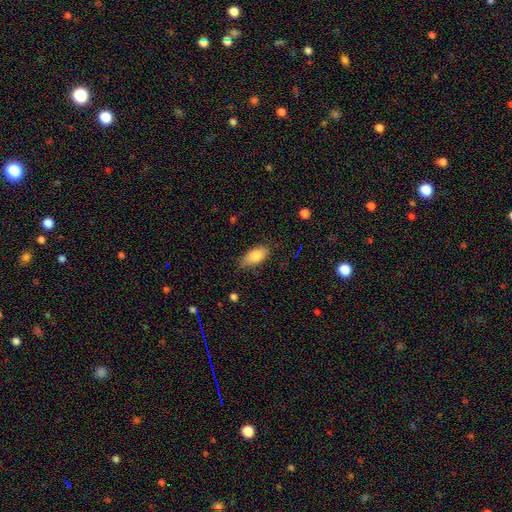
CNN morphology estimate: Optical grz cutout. It shows a smooth galaxy with no disk features (83%) that is in between round and cigar-shaped (91%). Merging: none (75%).